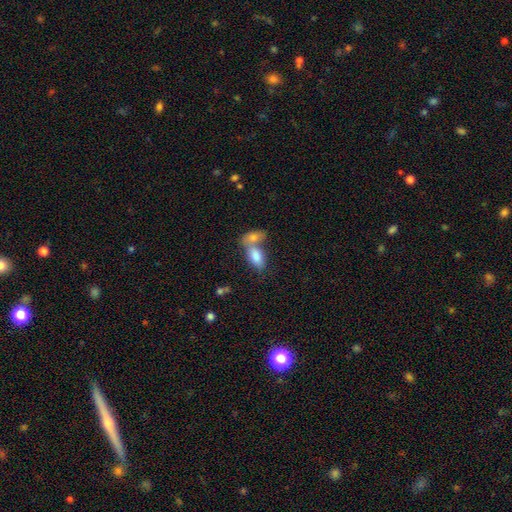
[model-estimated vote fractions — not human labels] smooth-or-featured: smooth: 82% | featured or disk: 11% | star or artifact: 7%
  how-rounded: in between: 90% | cigar-shaped: 5% | round: 4%
  merging: merger: 59% | none: 30% | minor disturbance: 8% | major disturbance: 4%